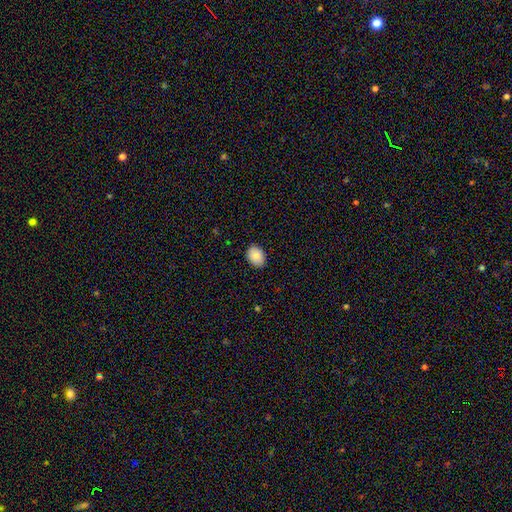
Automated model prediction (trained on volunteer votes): Morphology: type=smooth (86%); roundness=in between (72%); merging=none (87%).